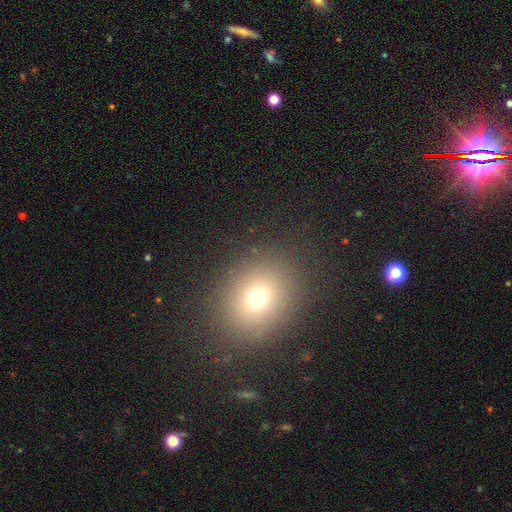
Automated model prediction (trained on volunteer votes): Morphology: type=smooth (68%); roundness=round (63%); merging=none (88%).